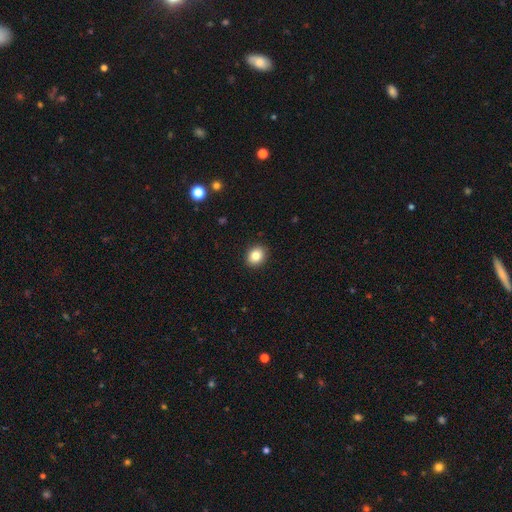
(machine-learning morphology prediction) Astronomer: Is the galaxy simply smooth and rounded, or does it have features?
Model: smooth — 83%.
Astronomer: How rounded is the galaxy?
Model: round — 57% (runner-up: in between, 42%).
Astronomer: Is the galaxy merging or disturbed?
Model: none — 91%.